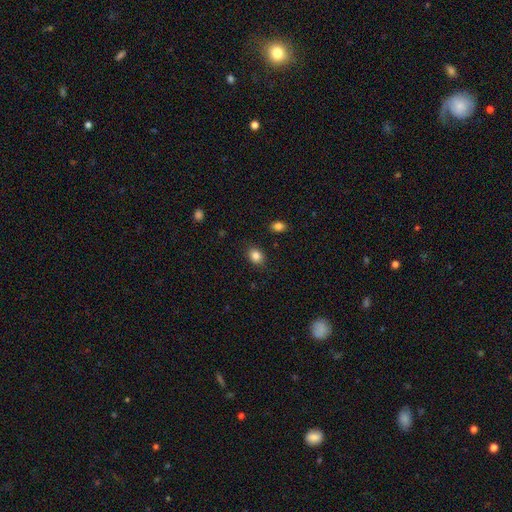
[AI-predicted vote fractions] Smooth or featured? smooth (85%)
How rounded? in between (56%)
Merging? none (86%)